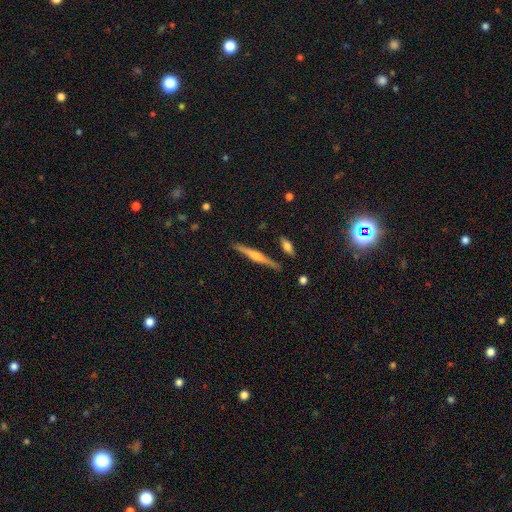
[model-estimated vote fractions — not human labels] smooth-or-featured: featured or disk: 71% | smooth: 21% | star or artifact: 7%
  disk-edge-on: yes: 98% | no: 2%
    edge-on-bulge: rounded: 77% | boxy: 12% | none: 10%
  merging: none: 88% | minor disturbance: 7% | merger: 3% | major disturbance: 2%